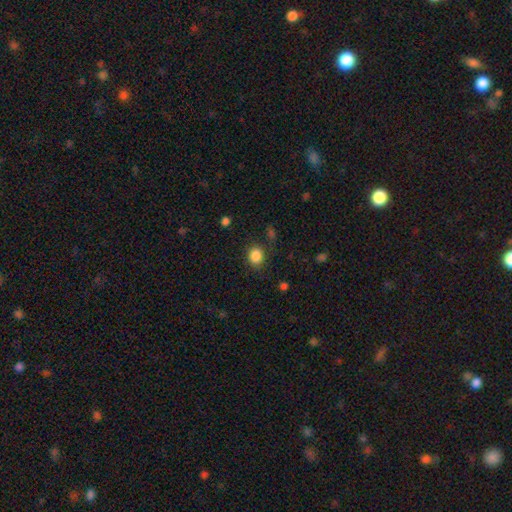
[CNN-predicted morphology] smooth_or_featured: smooth (p=0.86) [alt: star or artifact p=0.10]
how_rounded: round (p=0.61) [alt: in between p=0.38]
merging: none (p=0.82) [alt: minor disturbance p=0.11]